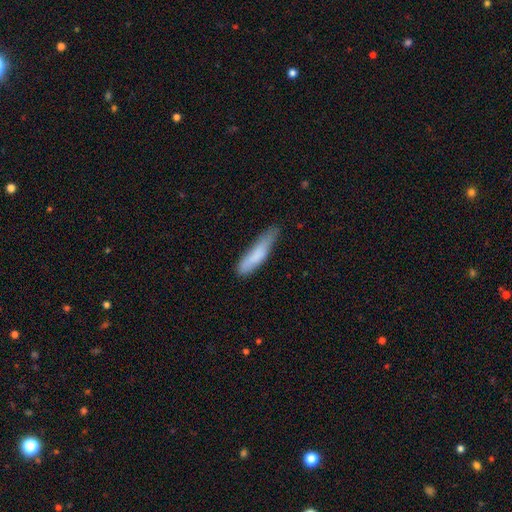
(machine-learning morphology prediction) smooth_or_featured: smooth (p=0.79) [alt: featured or disk p=0.15]
how_rounded: cigar-shaped (p=0.83) [alt: in between p=0.16]
merging: none (p=0.56) [alt: minor disturbance p=0.33]